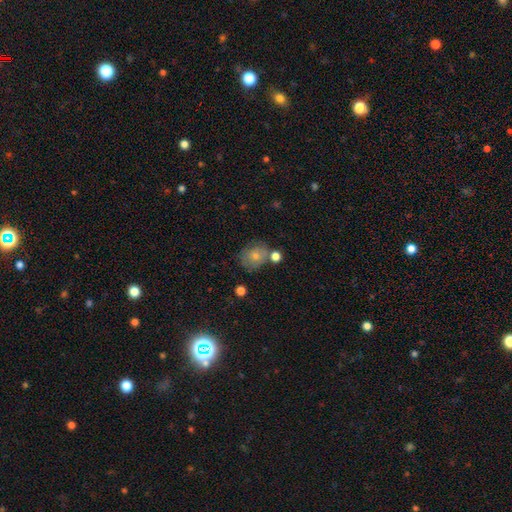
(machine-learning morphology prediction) A smooth galaxy with no disk features (74%) that is round (63%).

Vote fractions:
- Smooth or featured? smooth: 74% / featured or disk: 17% / star or artifact: 10%
- How rounded? round: 63% / in between: 36% / cigar-shaped: 1%
- Merging? none: 58% / minor disturbance: 19% / merger: 16% / major disturbance: 7%